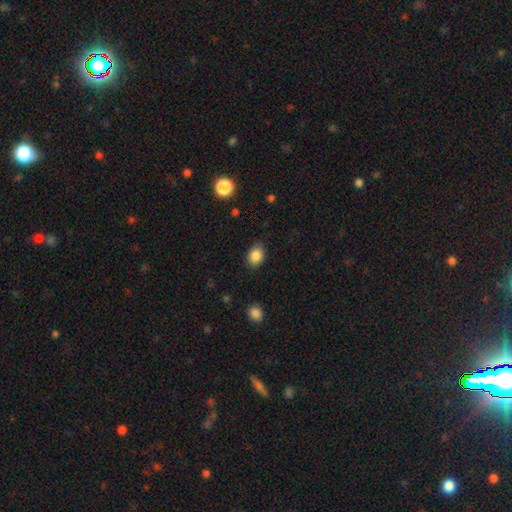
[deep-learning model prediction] This appears to be a smooth galaxy with no disk features (87%) that is in between round and cigar-shaped (62%). Merging: none (83%).